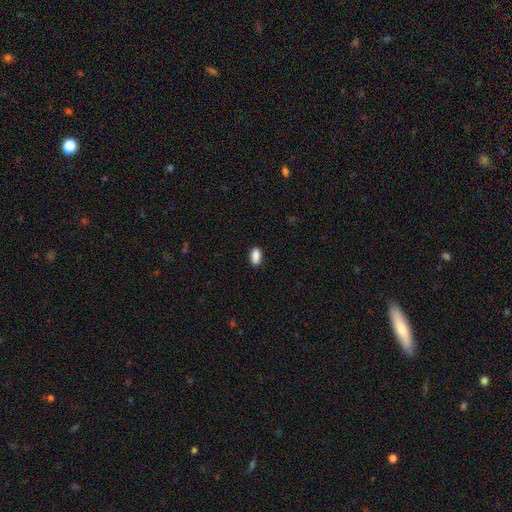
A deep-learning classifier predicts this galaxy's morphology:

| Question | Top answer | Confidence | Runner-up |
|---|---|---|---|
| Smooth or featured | smooth | 89% | star or artifact (7%) |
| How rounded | in between | 89% | cigar-shaped (8%) |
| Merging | none | 86% | minor disturbance (10%) |